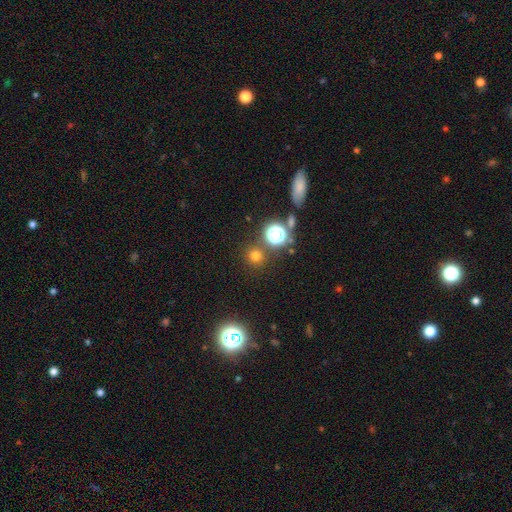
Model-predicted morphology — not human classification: A smooth galaxy with no disk features (68%) that is round (92%).

Vote fractions:
- Smooth or featured? smooth: 68% / star or artifact: 26% / featured or disk: 6%
- How rounded? round: 92% / in between: 7% / cigar-shaped: 1%
- Merging? none: 84% / minor disturbance: 7% / merger: 6% / major disturbance: 3%